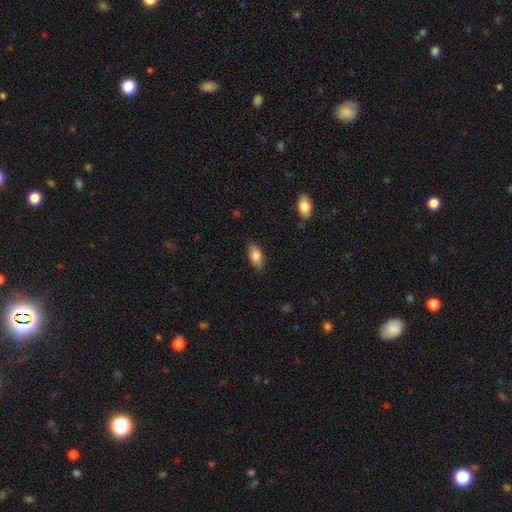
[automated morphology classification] A smooth galaxy with no disk features (83%) that is in between round and cigar-shaped (87%). Merging: none (84%).